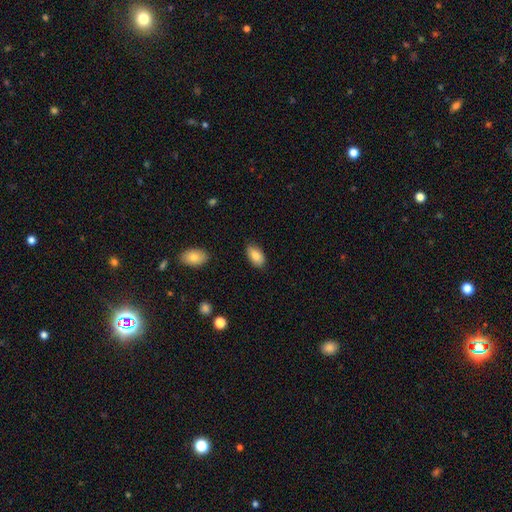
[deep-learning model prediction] This is clearly a smooth galaxy (85%). How rounded: clearly in between (93%). Merging: clearly none (82%).